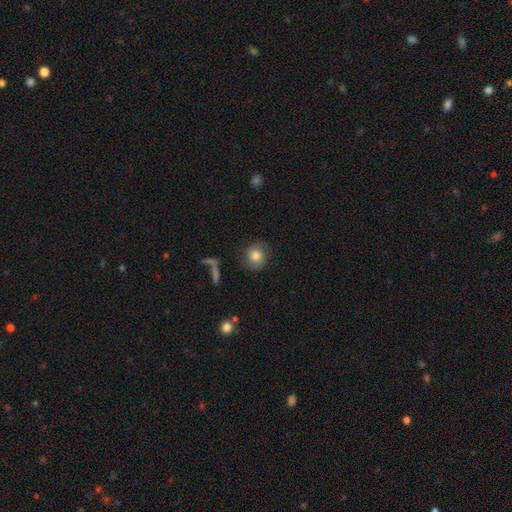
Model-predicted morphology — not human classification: smooth 66%, featured or disk 25%, star or artifact 9%. Down the decision tree: how rounded — round (83%); merging — none (78%).